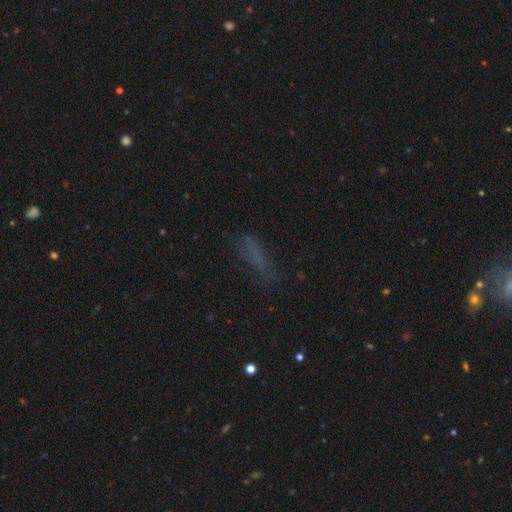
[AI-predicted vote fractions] Smooth or featured?
  - smooth: 55% *
  - featured or disk: 23%
  - star or artifact: 22%
How rounded?
  - cigar-shaped: 62% *
  - in between: 35%
  - round: 3%
Merging?
  - none: 65% *
  - minor disturbance: 20%
  - major disturbance: 12%
  - merger: 3%